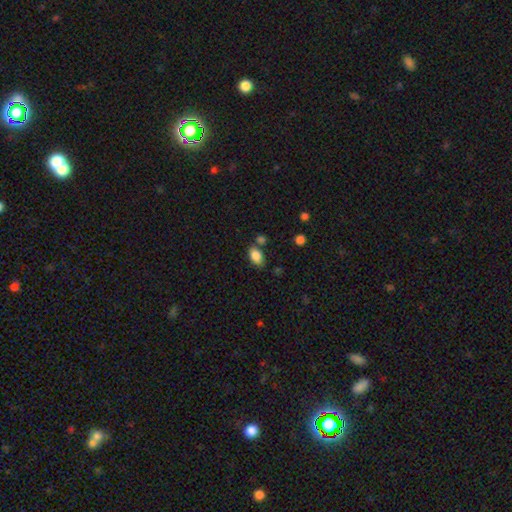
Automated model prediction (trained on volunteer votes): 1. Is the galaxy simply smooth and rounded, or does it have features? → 86% smooth, 8% star or artifact, 5% featured or disk.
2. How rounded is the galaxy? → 90% in between, 9% round, 2% cigar-shaped.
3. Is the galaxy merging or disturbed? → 68% none, 15% minor disturbance, 12% merger, 4% major disturbance.